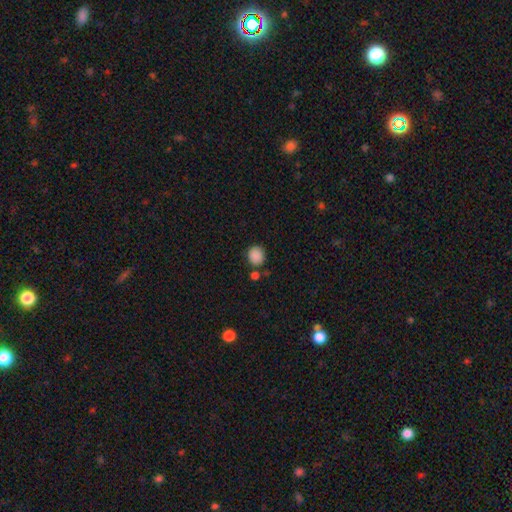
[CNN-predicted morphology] A smooth galaxy with no disk features (87%) that is round (75%).

Vote fractions:
- Smooth or featured? smooth: 87% / star or artifact: 9% / featured or disk: 3%
- How rounded? round: 75% / in between: 24% / cigar-shaped: 1%
- Merging? none: 75% / minor disturbance: 12% / merger: 10% / major disturbance: 3%